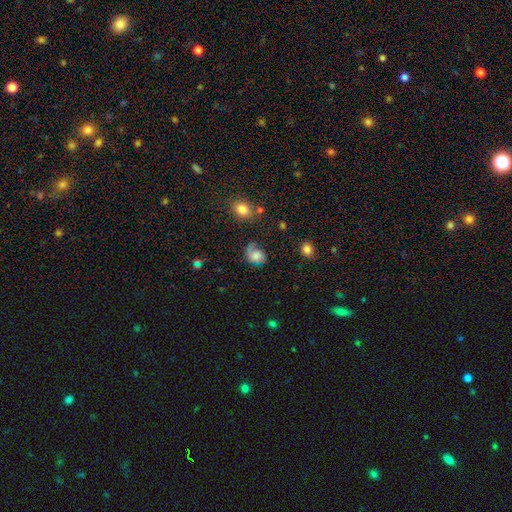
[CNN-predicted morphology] Smooth or featured?
  - smooth: 60% *
  - featured or disk: 30%
  - star or artifact: 10%
How rounded?
  - in between: 53% *
  - round: 46%
  - cigar-shaped: 1%
Merging?
  - none: 45% *
  - minor disturbance: 29%
  - major disturbance: 22%
  - merger: 4%